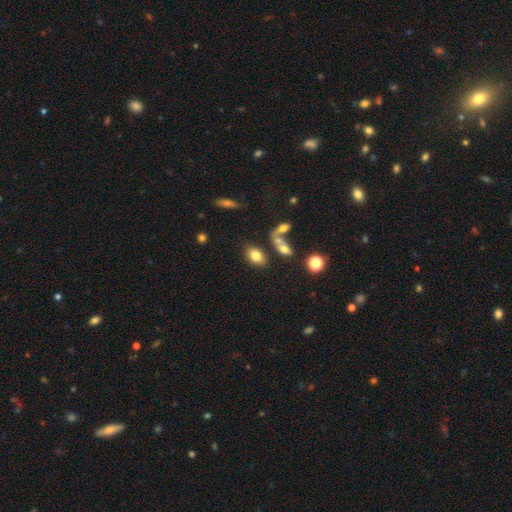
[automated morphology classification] Q: Smooth or featured?
A: smooth (77%); runner-up: featured or disk (13%)
Q: How rounded?
A: in between (84%); runner-up: round (13%)
Q: Merging?
A: none (67%); runner-up: merger (16%)